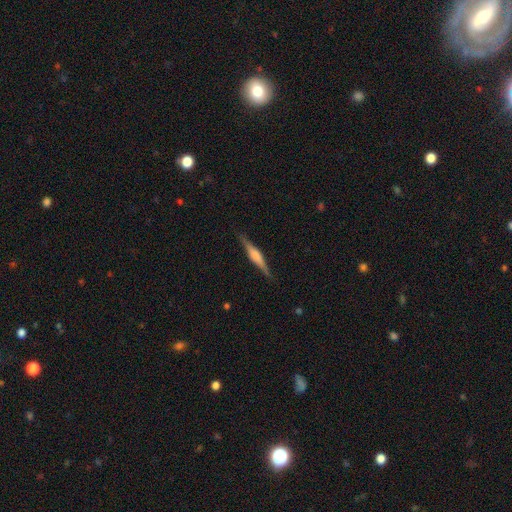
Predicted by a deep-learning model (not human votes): This is likely a featured or disk galaxy (65%). It is clearly viewed edge-on (98%). Edge-on bulge: possibly rounded (47%). Merging: clearly none (88%).